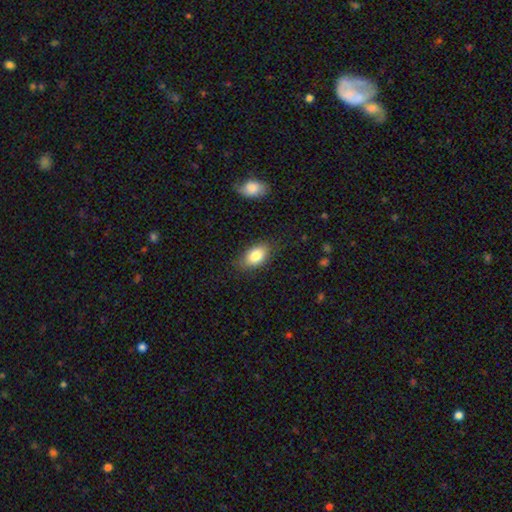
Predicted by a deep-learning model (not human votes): smooth_or_featured: smooth (p=0.82) [alt: featured or disk p=0.10]
how_rounded: in between (p=0.90) [alt: round p=0.07]
merging: none (p=0.80) [alt: minor disturbance p=0.15]